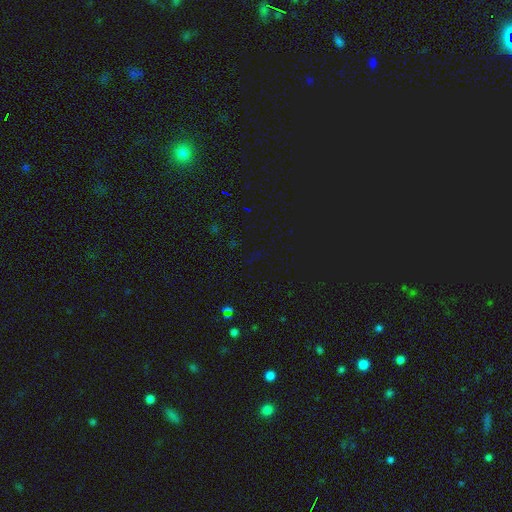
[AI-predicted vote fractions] Smooth or featured: star or artifact — 77% (smooth — 16%)